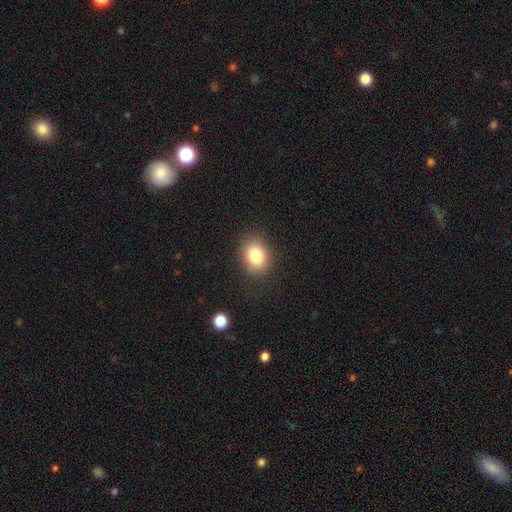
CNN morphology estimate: smooth-or-featured: smooth: 80% | star or artifact: 11% | featured or disk: 9%
  how-rounded: in between: 59% | round: 41% | cigar-shaped: 1%
  merging: none: 85% | minor disturbance: 10% | major disturbance: 4% | merger: 1%